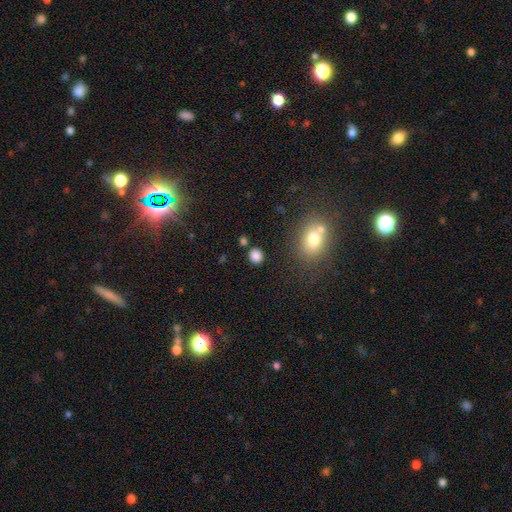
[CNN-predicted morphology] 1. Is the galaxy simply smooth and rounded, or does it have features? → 84% smooth, 12% star or artifact, 4% featured or disk.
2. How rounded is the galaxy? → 77% round, 22% in between, 1% cigar-shaped.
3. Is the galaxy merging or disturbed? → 83% none, 8% minor disturbance, 5% merger, 3% major disturbance.